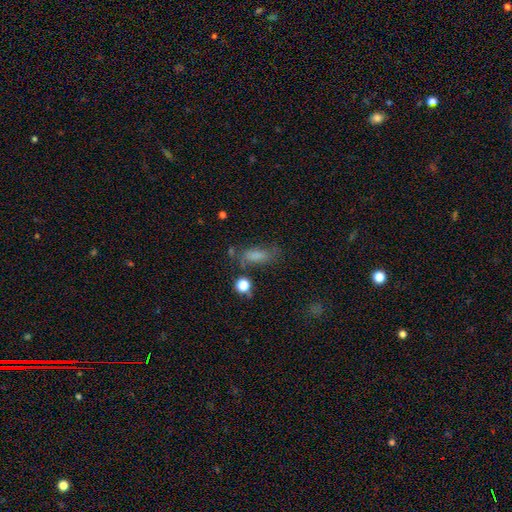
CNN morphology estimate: A smooth galaxy with no disk features (73%) that is in between round and cigar-shaped (71%).

Vote fractions:
- Smooth or featured? smooth: 73% / star or artifact: 15% / featured or disk: 13%
- How rounded? in between: 71% / cigar-shaped: 23% / round: 7%
- Merging? none: 58% / minor disturbance: 22% / major disturbance: 12% / merger: 8%